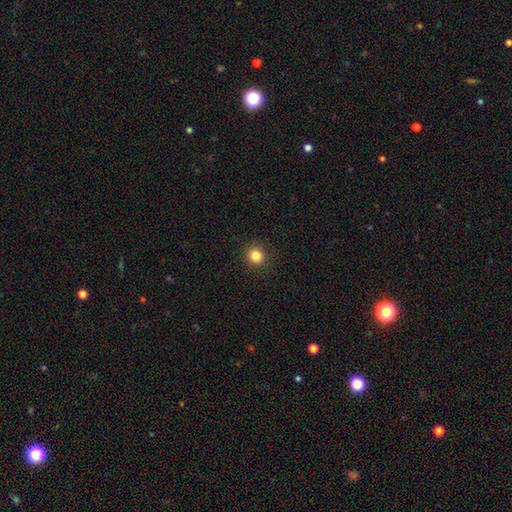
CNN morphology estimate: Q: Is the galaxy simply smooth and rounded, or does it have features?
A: smooth — 85%.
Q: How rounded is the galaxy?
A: round — 90%.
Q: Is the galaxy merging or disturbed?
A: none — 91%.